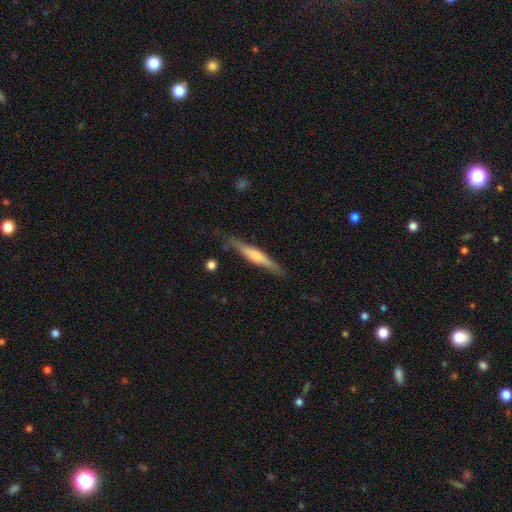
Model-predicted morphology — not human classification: Smooth or featured: smooth — 49% (featured or disk — 45%)
Merging: none — 81% (minor disturbance — 14%)